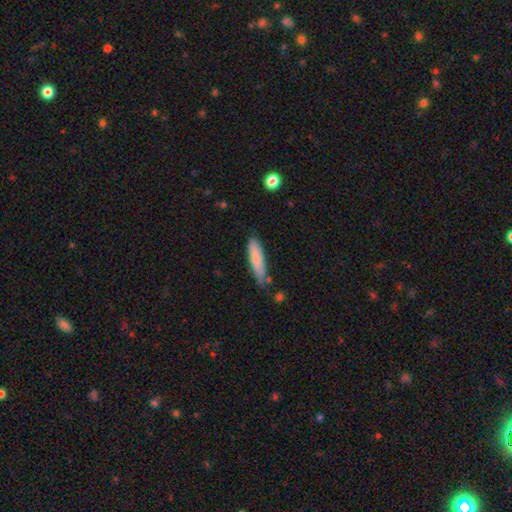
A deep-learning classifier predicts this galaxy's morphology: Smooth or featured? Predicted: smooth (p=0.80). How rounded? Predicted: cigar-shaped (p=0.75). Merging? Predicted: none (p=0.72).